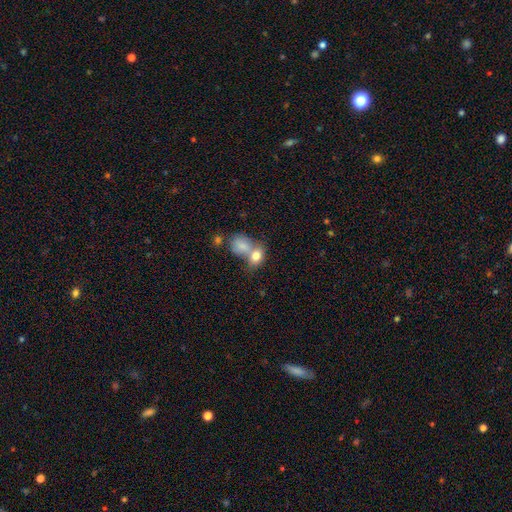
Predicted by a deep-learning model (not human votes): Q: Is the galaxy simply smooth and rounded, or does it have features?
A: smooth — 79%.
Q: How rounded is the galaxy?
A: in between — 69%.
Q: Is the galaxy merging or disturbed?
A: merger — 60%.